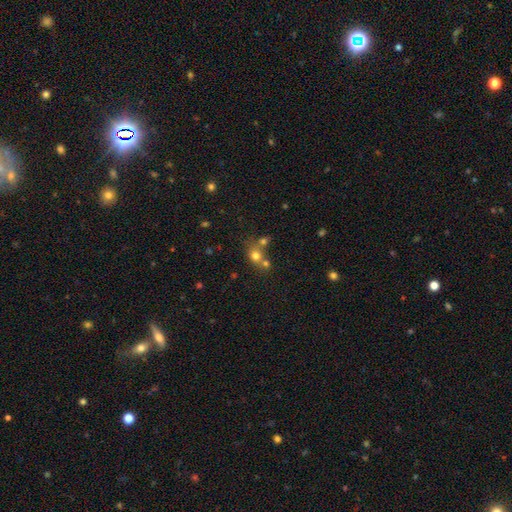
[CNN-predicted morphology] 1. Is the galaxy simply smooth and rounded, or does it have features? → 72% smooth, 16% star or artifact, 12% featured or disk.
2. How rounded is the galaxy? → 76% round, 22% in between, 1% cigar-shaped.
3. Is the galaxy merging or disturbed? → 47% none, 40% merger, 9% minor disturbance, 5% major disturbance.